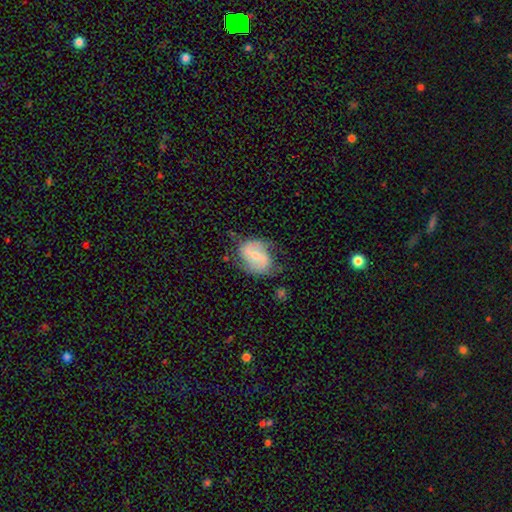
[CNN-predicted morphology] A featured or disk galaxy (61%) with a weak bar (48%), spiral arms (84%) and a small central bulge (48%).

Vote fractions:
- Smooth or featured? featured or disk: 61% / smooth: 33% / star or artifact: 6%
- Edge-on disk? no: 97% / yes: 3%
- Bar? weak: 48% / no: 32% / strong: 20%
- Spiral arms? yes: 84% / no: 16%
- Bulge size? small: 48% / moderate: 45% / none: 3% / large: 2% / dominant: 1%
- Merging? none: 64% / minor disturbance: 25% / major disturbance: 8% / merger: 2%